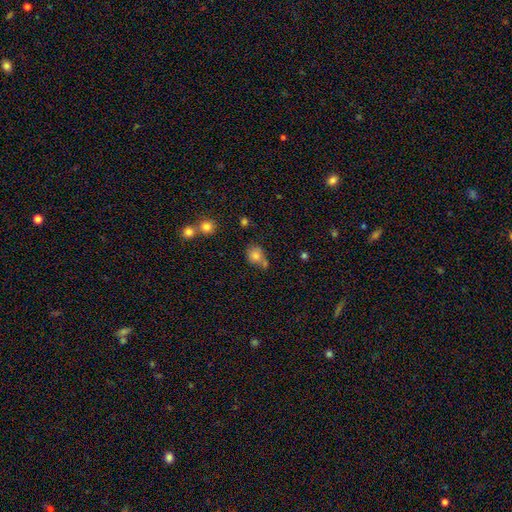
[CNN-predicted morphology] A smooth galaxy with no disk features (77%) that is round (70%). Merging: none (54%).